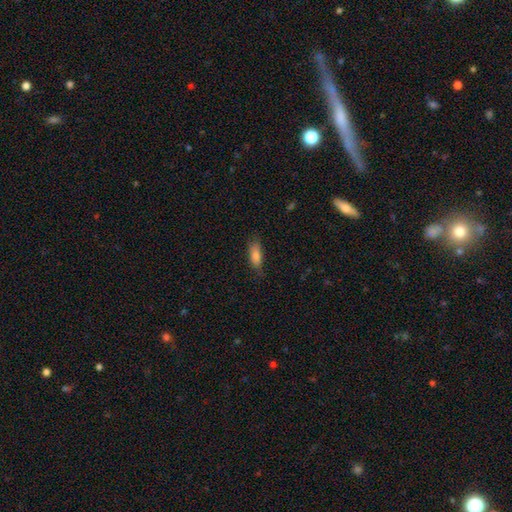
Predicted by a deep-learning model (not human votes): This is clearly a smooth galaxy (80%). How rounded: likely in between (69%). Merging: likely none (73%).